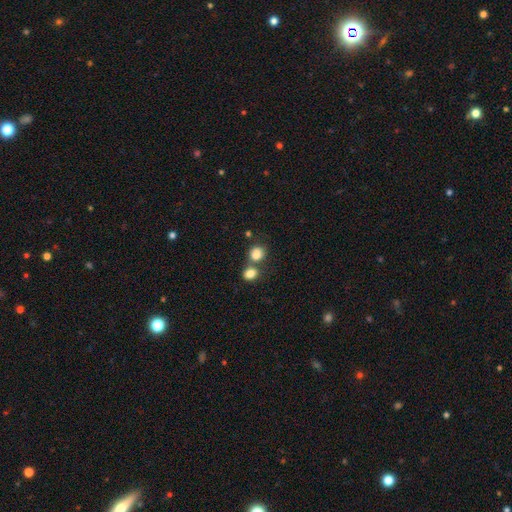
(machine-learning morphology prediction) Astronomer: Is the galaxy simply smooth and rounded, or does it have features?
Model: smooth — 83%.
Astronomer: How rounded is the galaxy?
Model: round — 72%.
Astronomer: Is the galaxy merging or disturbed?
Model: none — 47% (runner-up: merger, 41%).